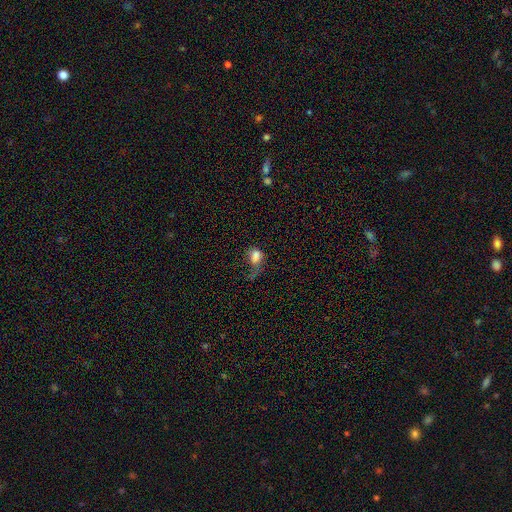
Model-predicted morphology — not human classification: Smooth or featured? Predicted: smooth (p=0.73). How rounded? Predicted: in between (p=0.77). Merging? Predicted: major disturbance (p=0.52).